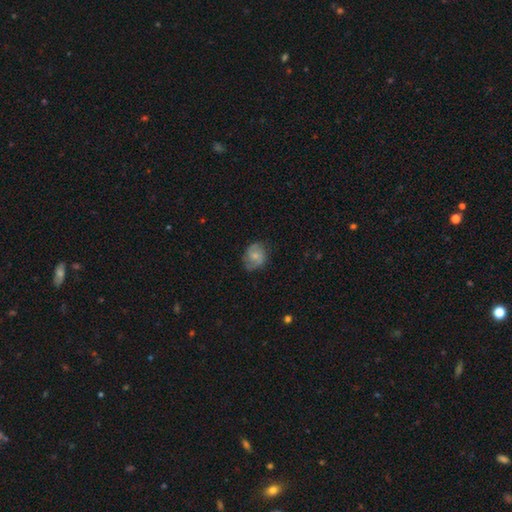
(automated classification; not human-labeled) A featured or disk galaxy (55%) with no bar (65%), spiral arms (88%) and a small central bulge (52%).

Vote fractions:
- Smooth or featured? featured or disk: 55% / smooth: 38% / star or artifact: 7%
- Edge-on disk? no: 97% / yes: 3%
- Bar? no: 65% / weak: 30% / strong: 5%
- Spiral arms? yes: 88% / no: 12%
- Bulge size? small: 52% / moderate: 36% / none: 9% / large: 2% / dominant: 1%
- Merging? none: 72% / minor disturbance: 20% / major disturbance: 6% / merger: 1%